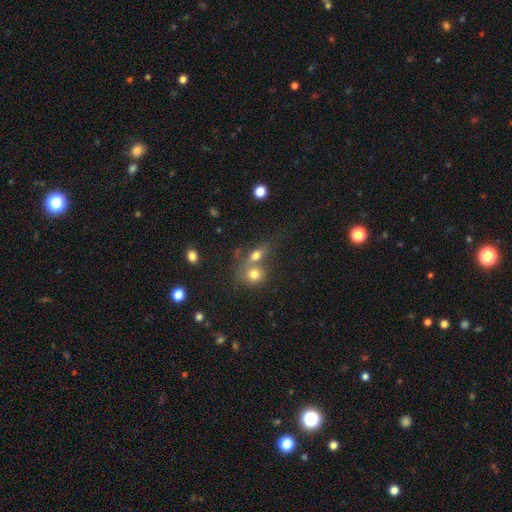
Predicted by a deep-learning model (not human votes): Morphology: type=smooth (72%); roundness=in between (58%); merging=merger (55%).